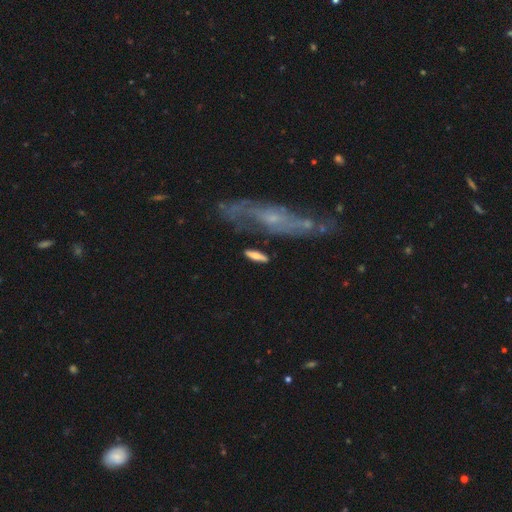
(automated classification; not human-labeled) Q: Smooth or featured?
A: smooth (63%); runner-up: featured or disk (30%)
Q: How rounded?
A: cigar-shaped (51%); runner-up: in between (44%)
Q: Merging?
A: none (71%); runner-up: minor disturbance (15%)